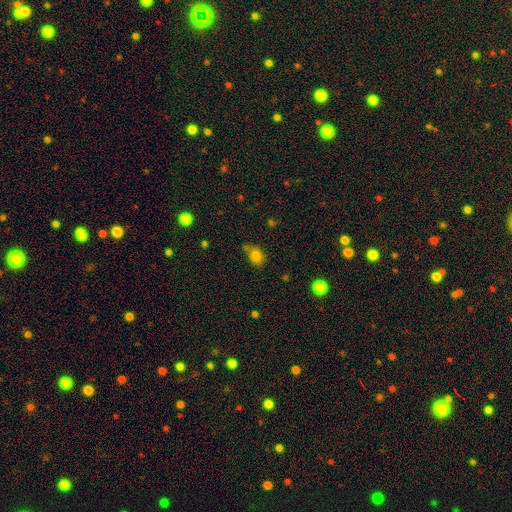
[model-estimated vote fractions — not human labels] Smooth or featured?
  - smooth: 80% *
  - star or artifact: 13%
  - featured or disk: 7%
How rounded?
  - in between: 61% *
  - round: 37%
  - cigar-shaped: 2%
Merging?
  - none: 58% *
  - minor disturbance: 27%
  - merger: 8%
  - major disturbance: 8%